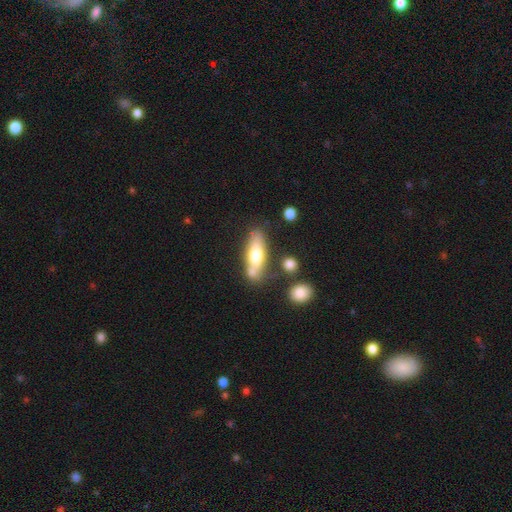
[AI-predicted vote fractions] smooth 65%, featured or disk 29%, star or artifact 7%. Down the decision tree: how rounded — in between (58%); merging — none (61%).